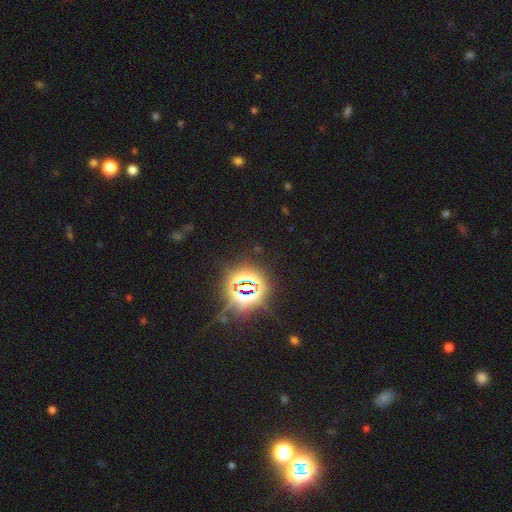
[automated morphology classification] Smooth or featured?
  - star or artifact: 84% *
  - smooth: 10%
  - featured or disk: 6%